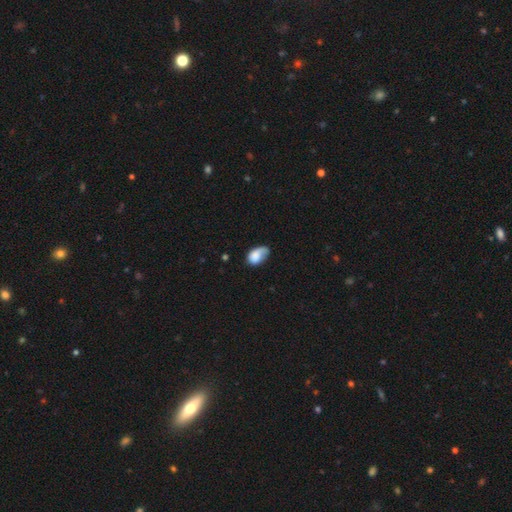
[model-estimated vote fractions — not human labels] This appears to be a smooth galaxy with no disk features (75%) that is in between round and cigar-shaped (89%). Merging: none (38%).